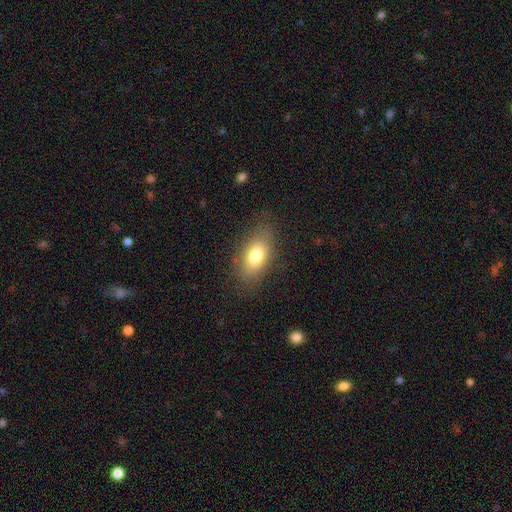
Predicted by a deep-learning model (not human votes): Smooth or featured? smooth (77%)
How rounded? in between (88%)
Merging? none (80%)